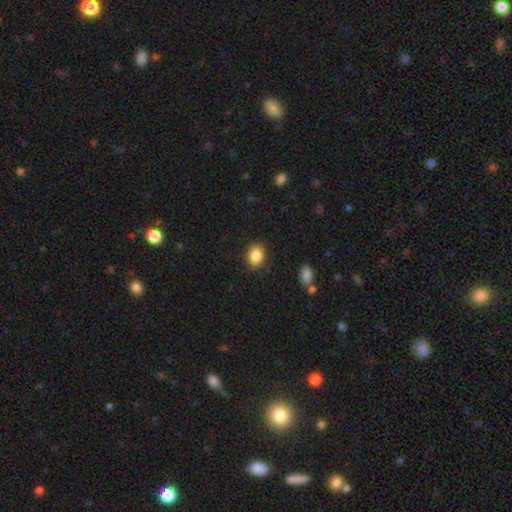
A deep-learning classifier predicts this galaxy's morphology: Overall: smooth (86%). How rounded: in between (53%; round 46%). Merging: none (87%).